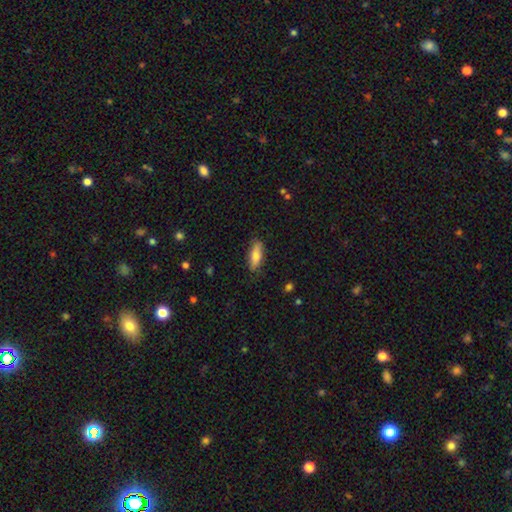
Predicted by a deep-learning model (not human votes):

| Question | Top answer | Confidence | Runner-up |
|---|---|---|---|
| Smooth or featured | smooth | 75% | featured or disk (18%) |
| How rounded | in between | 58% | cigar-shaped (40%) |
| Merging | none | 81% | minor disturbance (15%) |